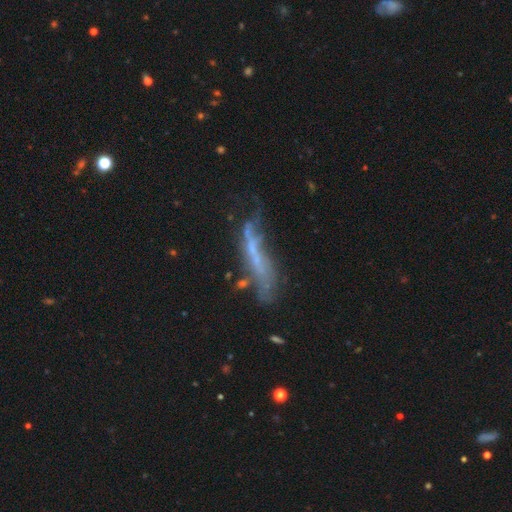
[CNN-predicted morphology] smooth_or_featured: featured or disk (p=0.58) [alt: smooth p=0.30]
disk_edge_on: no (p=0.51) [alt: yes p=0.49]
merging: none (p=0.40) [alt: minor disturbance p=0.25]